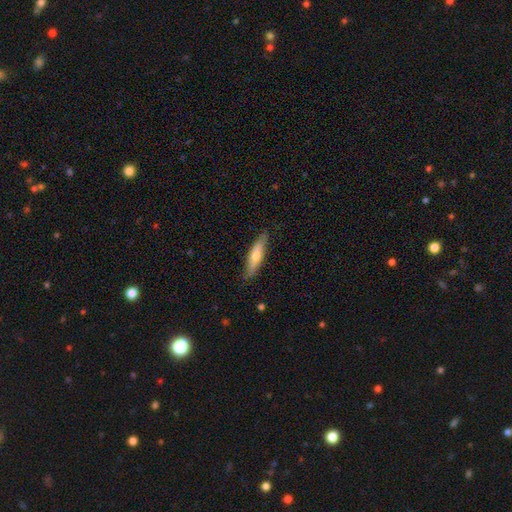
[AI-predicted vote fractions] Overall: smooth (57%; featured or disk 37%). How rounded: cigar-shaped (74%). Merging: none (82%).